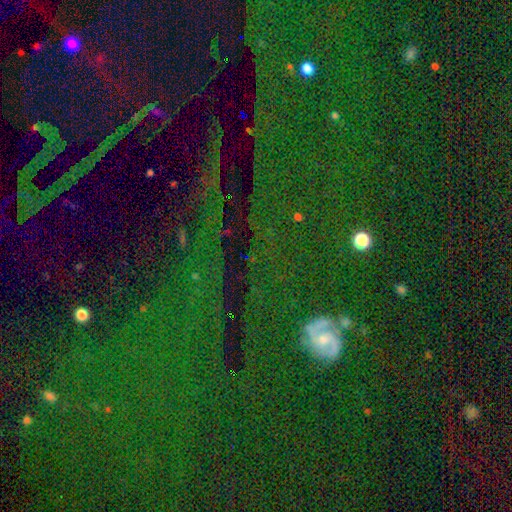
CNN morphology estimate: A star or artifact, not a galaxy (75%).

Vote fractions:
- Smooth or featured? star or artifact: 75% / smooth: 15% / featured or disk: 10%